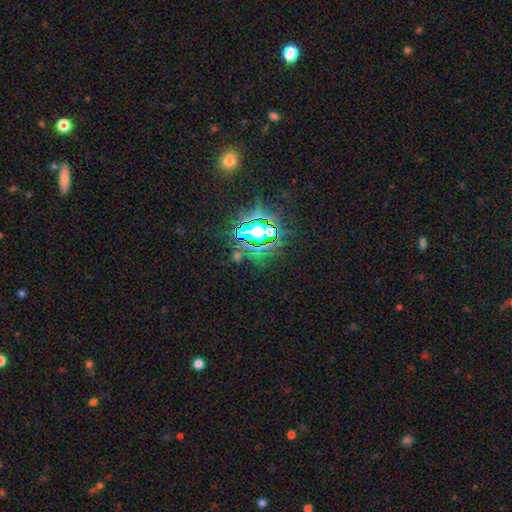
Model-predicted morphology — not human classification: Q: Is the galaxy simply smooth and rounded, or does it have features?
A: star or artifact — 83%.